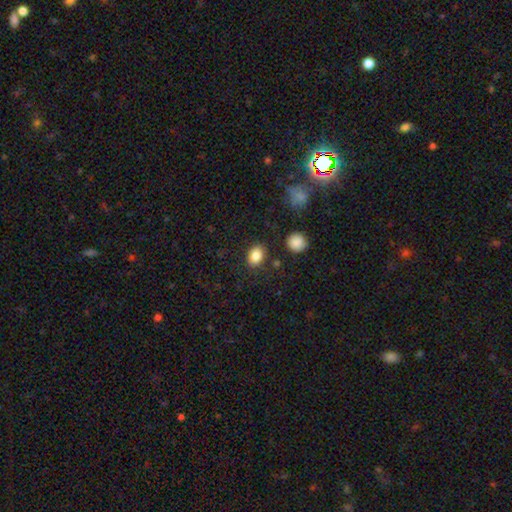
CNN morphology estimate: The model was most divided on "how rounded": in between: 69%, round: 30%, cigar-shaped: 1%. More confident: smooth or featured — smooth (85%); merging — none (83%).